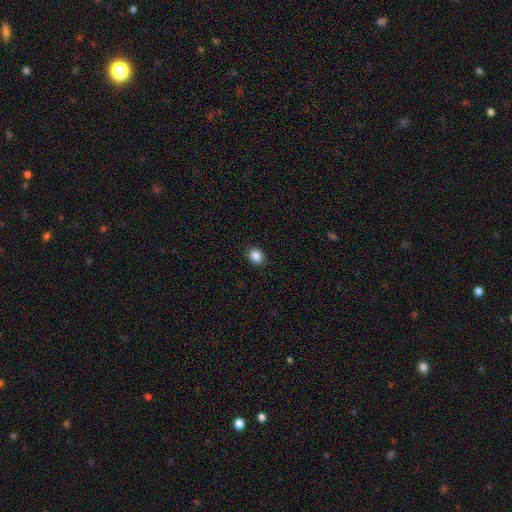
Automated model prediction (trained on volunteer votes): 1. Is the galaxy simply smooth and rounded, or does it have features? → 87% smooth, 9% star or artifact, 4% featured or disk.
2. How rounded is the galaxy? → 59% in between, 40% round, 1% cigar-shaped.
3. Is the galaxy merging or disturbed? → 90% none, 7% minor disturbance, 2% major disturbance, 1% merger.